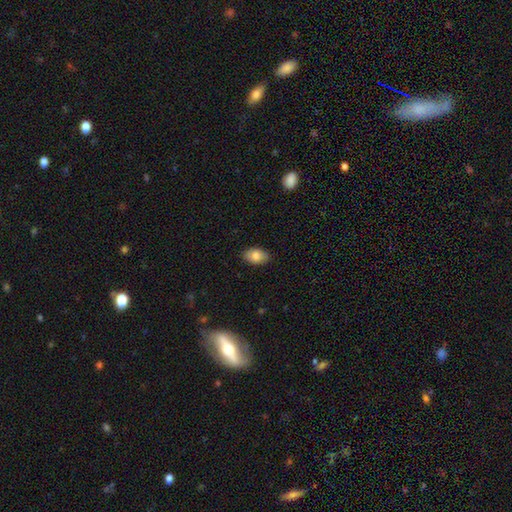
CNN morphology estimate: Smooth or featured? smooth (81%)
How rounded? in between (90%)
Merging? none (87%)